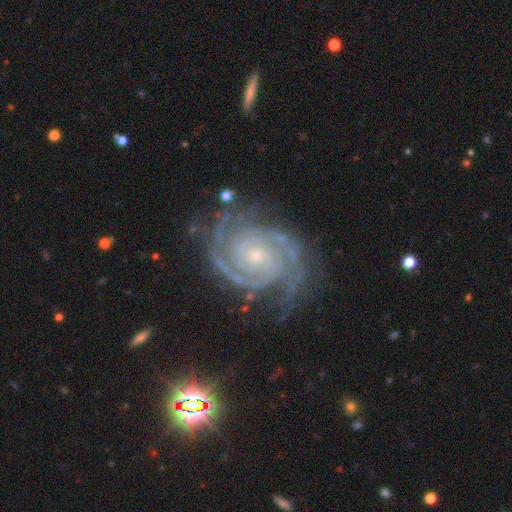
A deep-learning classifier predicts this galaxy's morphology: Overall: featured or disk (93%). Edge-on disk: no (98%). Bar: no (71%). Spiral arms: yes (99%). Spiral arm count: 2 (53%; 3 21%). Spiral winding: tight (75%). Bulge size: small (76%). Merging: none (73%).